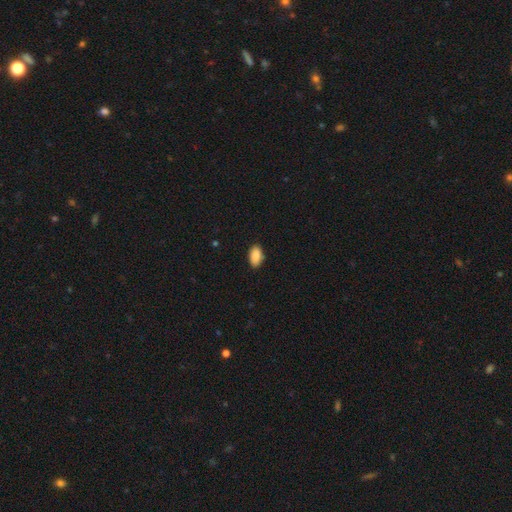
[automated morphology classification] Q: Smooth or featured?
A: smooth (89%); runner-up: star or artifact (7%)
Q: How rounded?
A: in between (94%); runner-up: round (4%)
Q: Merging?
A: none (88%); runner-up: minor disturbance (9%)